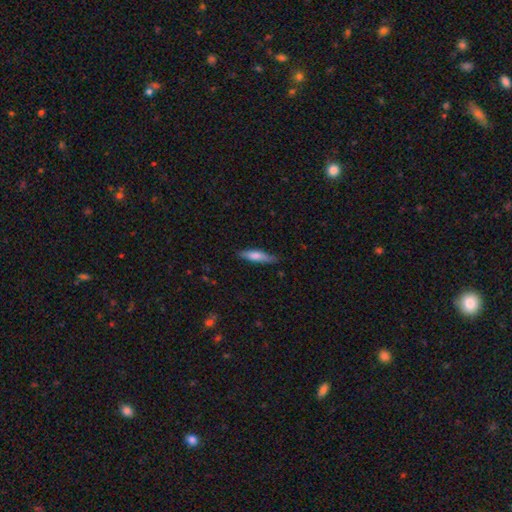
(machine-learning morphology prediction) Smooth or featured?
  - smooth: 72% *
  - featured or disk: 23%
  - star or artifact: 6%
How rounded?
  - cigar-shaped: 76% *
  - in between: 22%
  - round: 2%
Merging?
  - none: 80% *
  - minor disturbance: 16%
  - major disturbance: 3%
  - merger: 1%